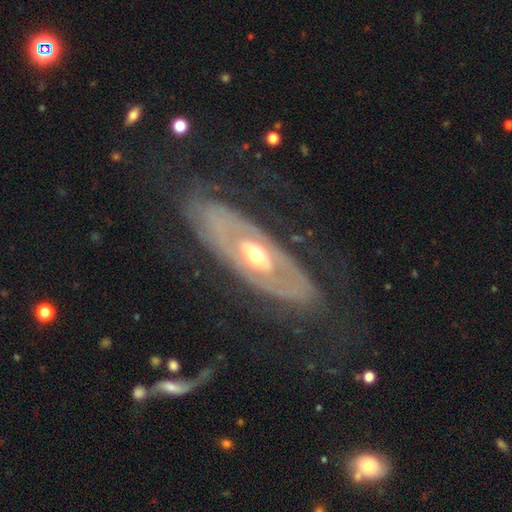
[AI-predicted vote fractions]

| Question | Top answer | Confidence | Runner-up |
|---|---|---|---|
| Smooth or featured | featured or disk | 82% | smooth (13%) |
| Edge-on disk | no | 82% | yes (18%) |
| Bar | no | 72% | weak (19%) |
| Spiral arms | yes | 59% | no (41%) |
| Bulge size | moderate | 71% | small (19%) |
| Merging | none | 71% | minor disturbance (16%) |